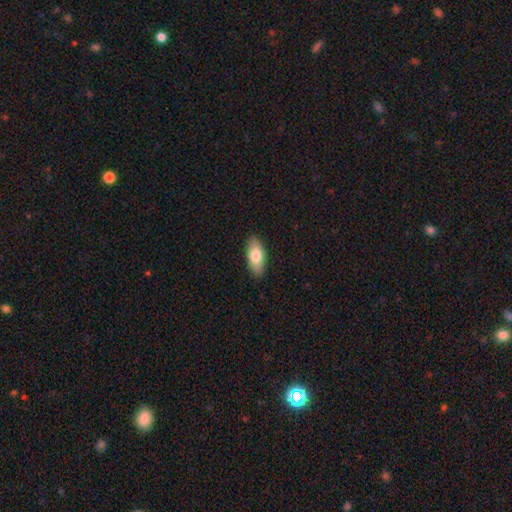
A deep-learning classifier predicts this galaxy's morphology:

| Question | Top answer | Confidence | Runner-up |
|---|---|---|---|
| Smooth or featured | smooth | 78% | featured or disk (16%) |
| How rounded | in between | 87% | cigar-shaped (10%) |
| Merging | none | 88% | minor disturbance (9%) |